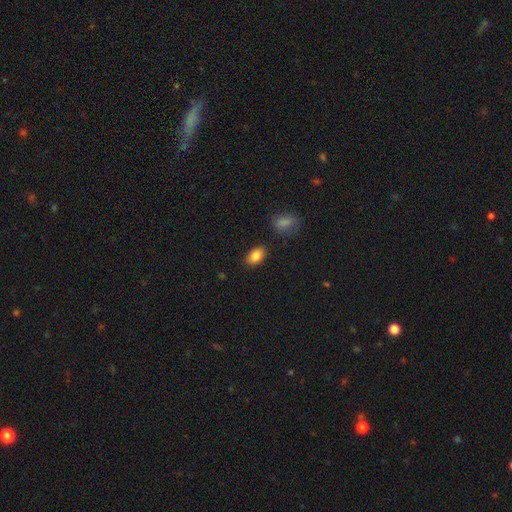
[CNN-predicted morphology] The model was most divided on "merging": none: 84%, minor disturbance: 11%, merger: 3%, major disturbance: 3%. More confident: how rounded — in between (89%); smooth or featured — smooth (86%).